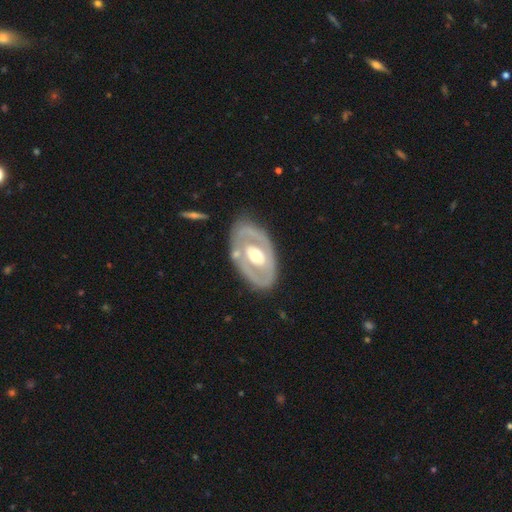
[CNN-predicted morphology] This is likely a featured or disk galaxy (68%). It is clearly not viewed edge-on (91%). Bar: likely no (70%). Spiral arm pattern: likely no (79%). Central bulge: likely moderate (72%). Merging: likely none (75%).